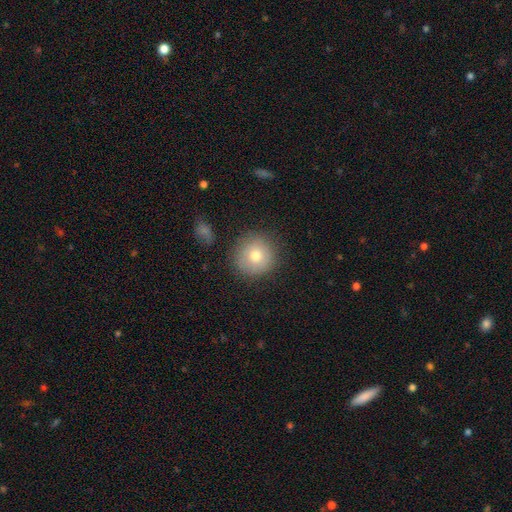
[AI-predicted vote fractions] Smooth or featured: smooth — 76% (featured or disk — 14%)
How rounded: round — 94% (in between — 5%)
Merging: none — 86% (minor disturbance — 9%)